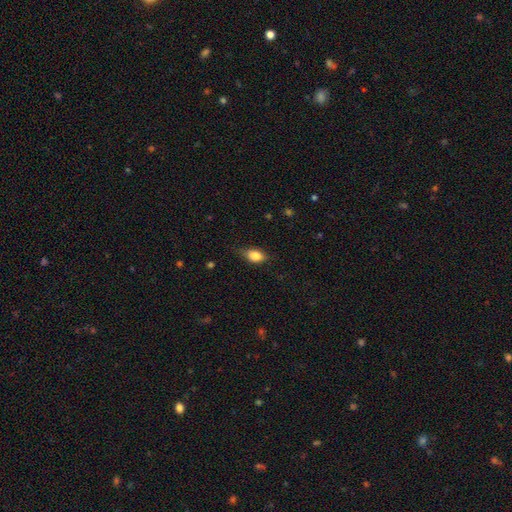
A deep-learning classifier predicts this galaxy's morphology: Smooth or featured?
  - smooth: 82% *
  - featured or disk: 10%
  - star or artifact: 8%
How rounded?
  - in between: 82% *
  - round: 14%
  - cigar-shaped: 4%
Merging?
  - none: 71% *
  - minor disturbance: 23%
  - major disturbance: 5%
  - merger: 1%